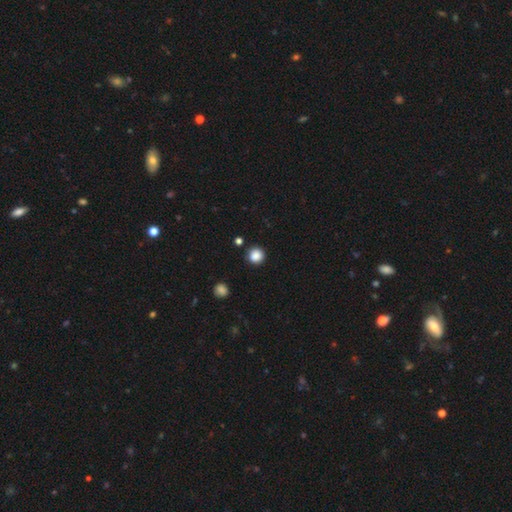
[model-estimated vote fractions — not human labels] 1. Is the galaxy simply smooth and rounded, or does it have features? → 86% smooth, 11% star or artifact, 3% featured or disk.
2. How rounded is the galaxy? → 94% round, 5% in between, 1% cigar-shaped.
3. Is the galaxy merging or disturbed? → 89% none, 6% minor disturbance, 2% merger, 2% major disturbance.